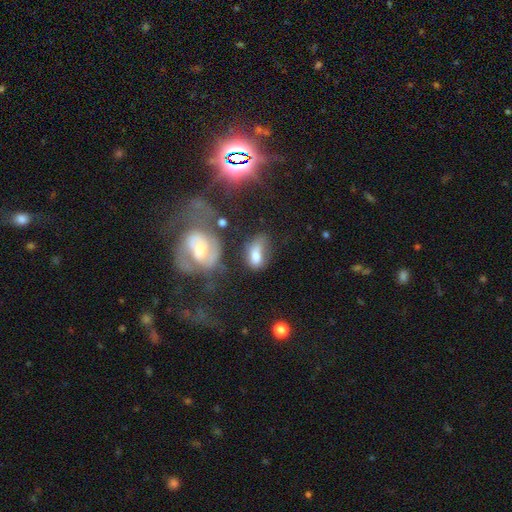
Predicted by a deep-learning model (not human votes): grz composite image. It shows a smooth galaxy with no disk features (64%) that is in between round and cigar-shaped (84%). Merging: none (34%).